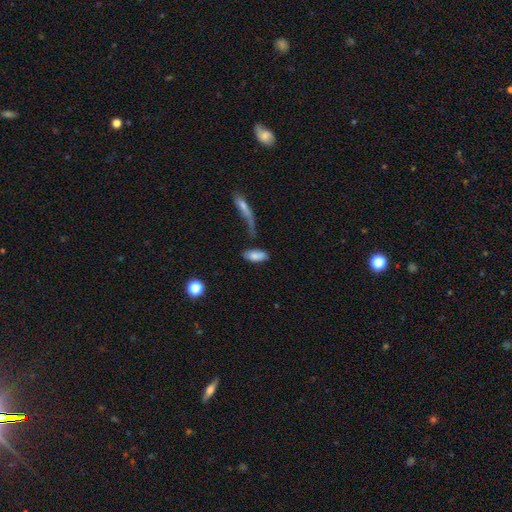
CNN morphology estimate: Smooth or featured? smooth (79%)
How rounded? in between (86%)
Merging? none (56%)